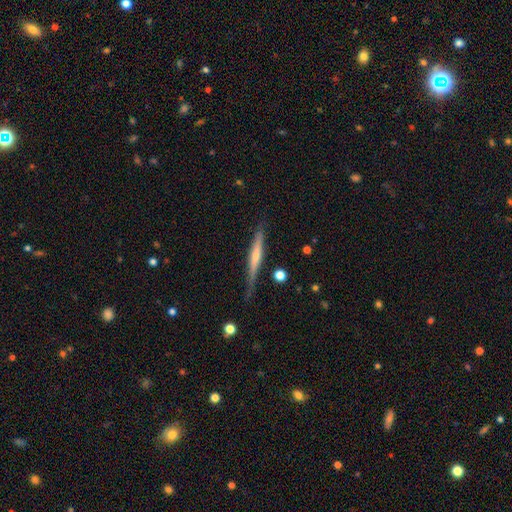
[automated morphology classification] The model was most divided on "edge-on bulge": rounded: 52%, none: 38%, boxy: 10%. More confident: edge-on disk — yes (96%); merging — none (75%); smooth or featured — featured or disk (62%).